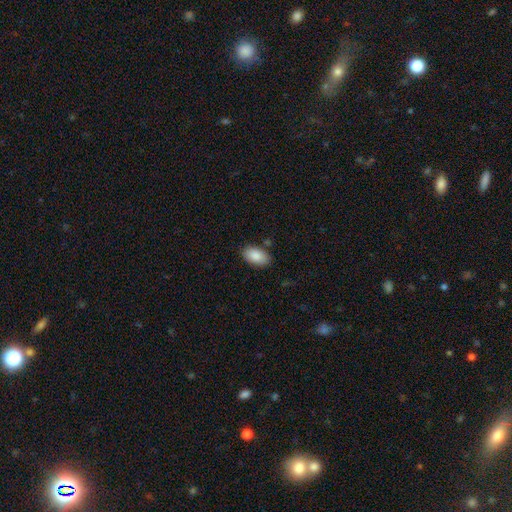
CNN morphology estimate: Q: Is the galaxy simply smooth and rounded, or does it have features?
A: smooth — 88%.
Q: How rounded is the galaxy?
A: in between — 94%.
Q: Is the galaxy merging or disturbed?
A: none — 83%.